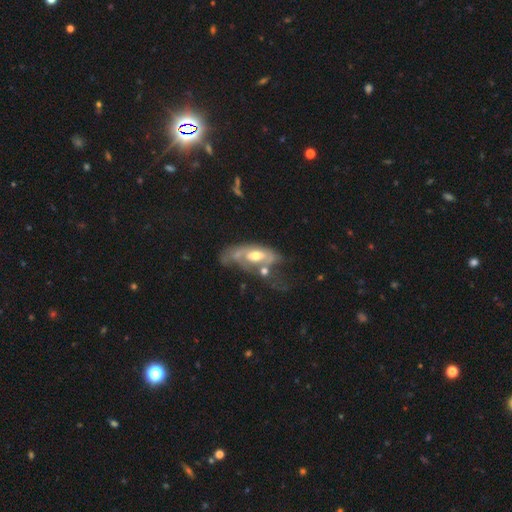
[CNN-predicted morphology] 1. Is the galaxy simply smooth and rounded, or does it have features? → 70% featured or disk, 24% smooth, 6% star or artifact.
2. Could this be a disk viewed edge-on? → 89% no, 11% yes.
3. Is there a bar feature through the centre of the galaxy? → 61% no, 29% weak, 10% strong.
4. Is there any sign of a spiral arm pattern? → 64% yes, 36% no.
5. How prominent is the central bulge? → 69% moderate, 18% small, 11% large, 1% none, 1% dominant.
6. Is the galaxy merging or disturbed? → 35% major disturbance, 26% none, 20% minor disturbance, 19% merger.